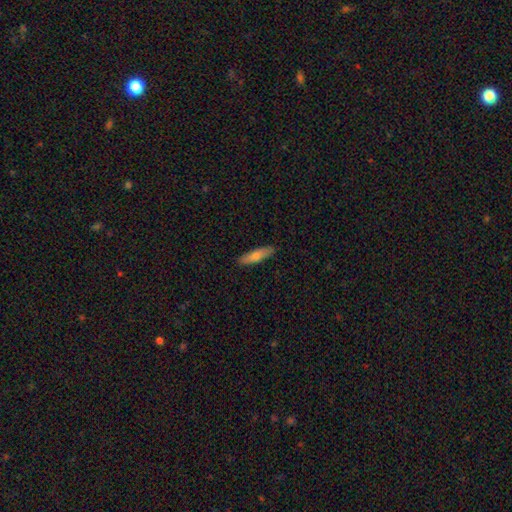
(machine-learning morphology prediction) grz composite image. It shows a smooth galaxy with no disk features (70%) that is cigar-shaped (72%). Merging: none (89%).